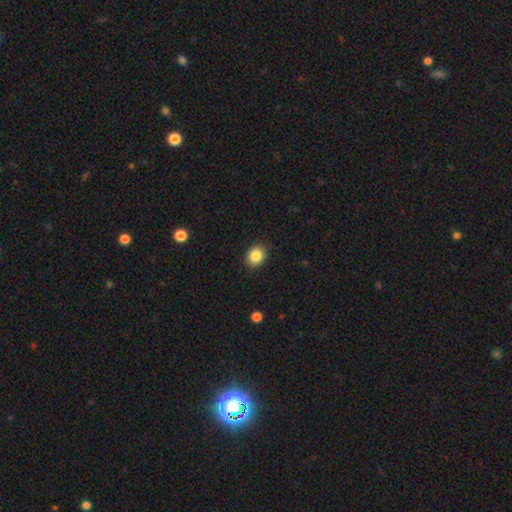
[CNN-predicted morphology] A smooth galaxy with no disk features (86%) that is round (60%). Merging: none (87%).